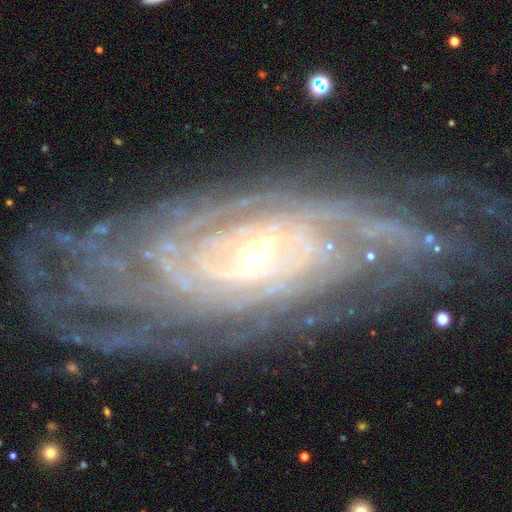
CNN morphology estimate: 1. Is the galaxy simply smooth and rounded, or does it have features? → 90% featured or disk, 6% star or artifact, 4% smooth.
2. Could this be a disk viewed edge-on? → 92% no, 8% yes.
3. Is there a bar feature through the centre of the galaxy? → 40% weak, 37% no, 24% strong.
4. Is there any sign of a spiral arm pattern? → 98% yes, 2% no.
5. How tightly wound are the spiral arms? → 80% tight, 17% medium, 3% loose.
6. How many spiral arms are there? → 29% can't tell, 24% more than 4, 18% 4, 11% 2, 11% 3, 7% 1.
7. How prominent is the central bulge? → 66% small, 28% moderate, 3% large, 2% none, 1% dominant.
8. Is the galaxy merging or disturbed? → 76% none, 16% minor disturbance, 7% major disturbance, 2% merger.